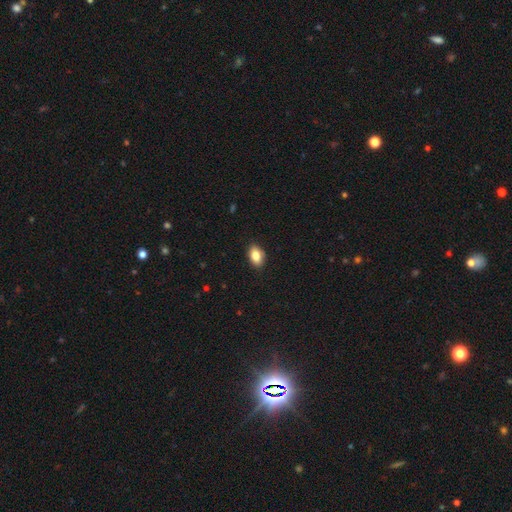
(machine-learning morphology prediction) Smooth or featured? smooth (84%)
How rounded? in between (88%)
Merging? none (88%)